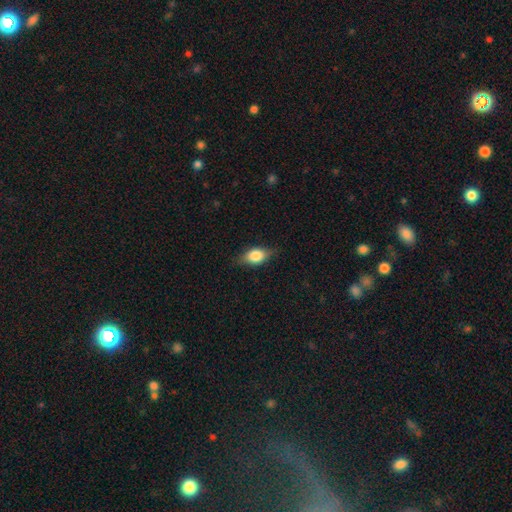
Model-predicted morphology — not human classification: This is likely a smooth galaxy (74%). How rounded: clearly in between (80%). Merging: likely none (77%).